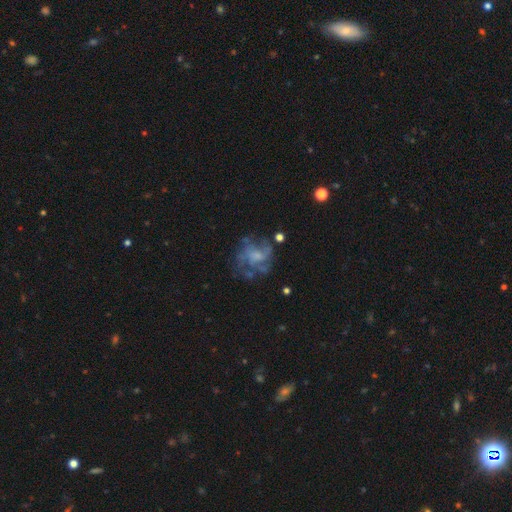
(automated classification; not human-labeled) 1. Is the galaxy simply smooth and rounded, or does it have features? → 70% featured or disk, 19% smooth, 11% star or artifact.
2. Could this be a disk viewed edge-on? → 98% no, 2% yes.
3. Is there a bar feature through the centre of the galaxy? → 67% no, 28% weak, 5% strong.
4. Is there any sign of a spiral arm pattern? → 72% yes, 28% no.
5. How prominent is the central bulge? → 37% moderate, 29% none, 24% small, 9% large, 1% dominant.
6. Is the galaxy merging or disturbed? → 57% none, 21% major disturbance, 18% minor disturbance, 4% merger.